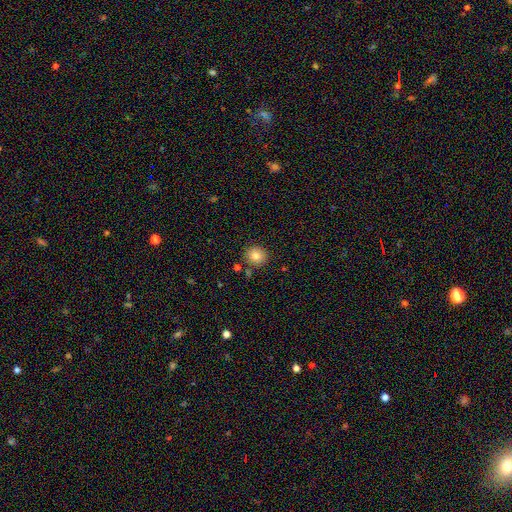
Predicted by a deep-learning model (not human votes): This is clearly a smooth galaxy (82%). How rounded: clearly round (86%). Merging: clearly none (84%).